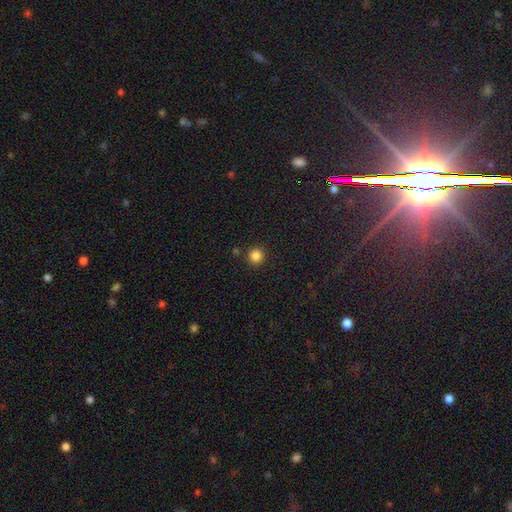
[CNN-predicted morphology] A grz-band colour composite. It shows a smooth galaxy with no disk features (85%) that is round (94%). Merging: none (88%).